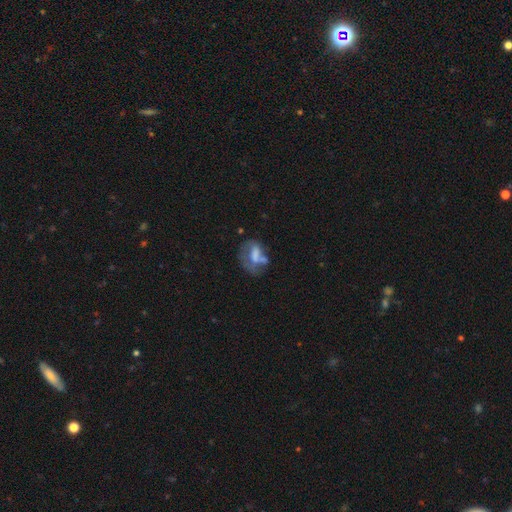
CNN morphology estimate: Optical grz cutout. It shows a smooth galaxy with no disk features (45%). Merging: major disturbance (35%).